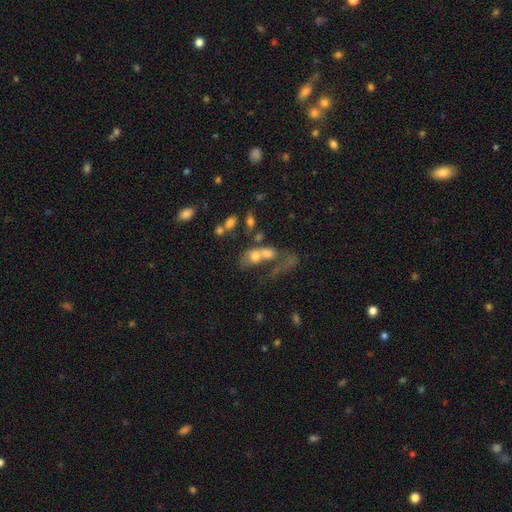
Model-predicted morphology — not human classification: A smooth galaxy with no disk features (61%) that is in between round and cigar-shaped (64%). Merging: merger (60%).